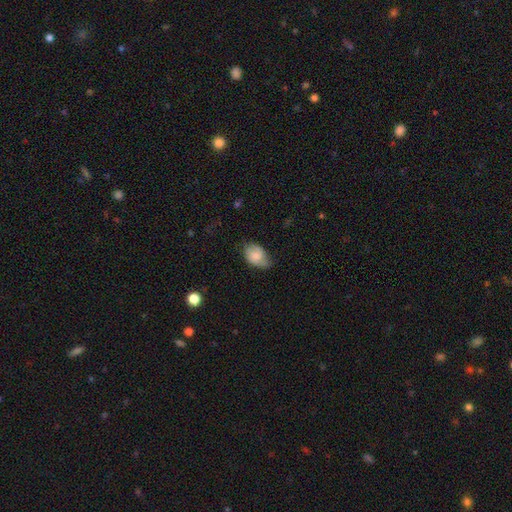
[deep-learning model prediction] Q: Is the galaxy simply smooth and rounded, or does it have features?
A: smooth — 73%.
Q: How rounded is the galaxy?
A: in between — 84%.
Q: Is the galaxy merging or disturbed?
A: none — 54%.